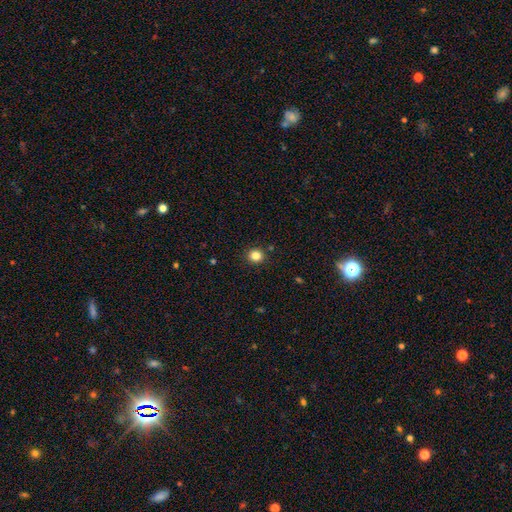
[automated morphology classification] This appears to be a smooth galaxy with no disk features (83%) that is round (87%). Merging: none (91%).